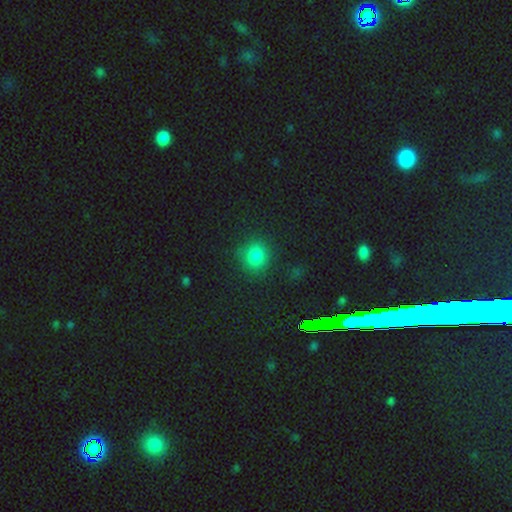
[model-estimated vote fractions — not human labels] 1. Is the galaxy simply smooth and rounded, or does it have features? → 78% smooth, 16% star or artifact, 6% featured or disk.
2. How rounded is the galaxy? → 81% round, 18% in between, 2% cigar-shaped.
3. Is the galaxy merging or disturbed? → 84% none, 10% minor disturbance, 4% major disturbance, 2% merger.